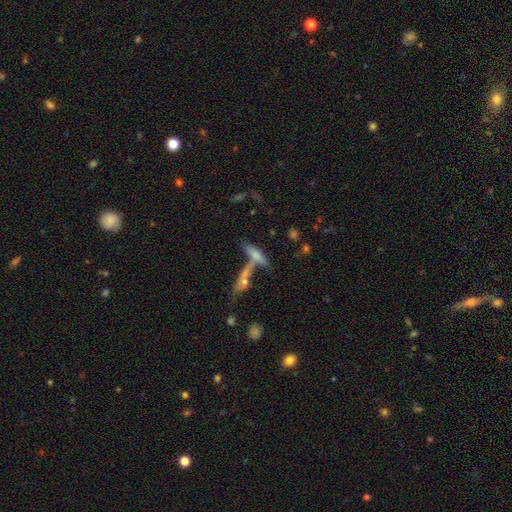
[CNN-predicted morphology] Smooth or featured? smooth (58%)
How rounded? cigar-shaped (65%)
Merging? merger (42%)